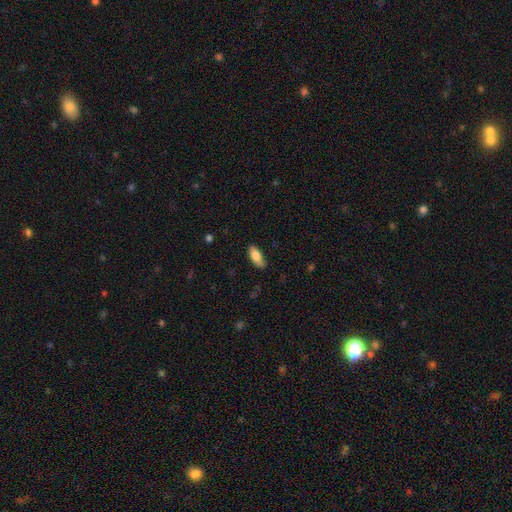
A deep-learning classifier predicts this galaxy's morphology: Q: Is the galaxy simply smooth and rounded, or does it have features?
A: smooth — 79%.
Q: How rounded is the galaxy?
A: in between — 84%.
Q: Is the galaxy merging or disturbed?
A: none — 74%.